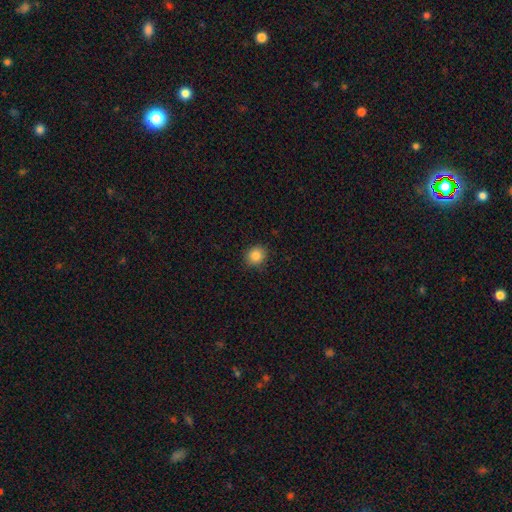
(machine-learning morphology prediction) smooth_or_featured: smooth (p=0.85) [alt: star or artifact p=0.10]
how_rounded: round (p=0.77) [alt: in between p=0.22]
merging: none (p=0.89) [alt: minor disturbance p=0.08]